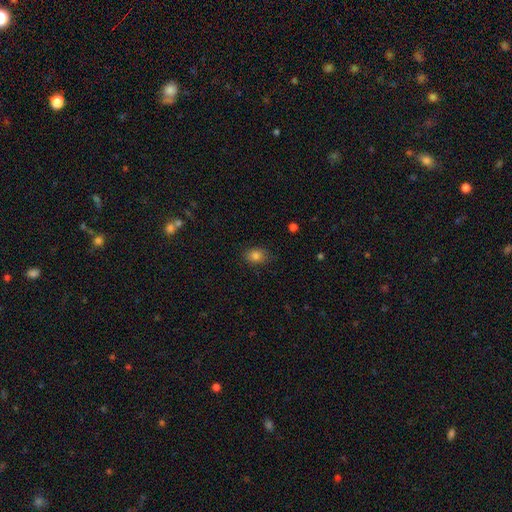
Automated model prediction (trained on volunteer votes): This appears to be a smooth galaxy with no disk features (82%) that is in between round and cigar-shaped (62%). Merging: none (82%).